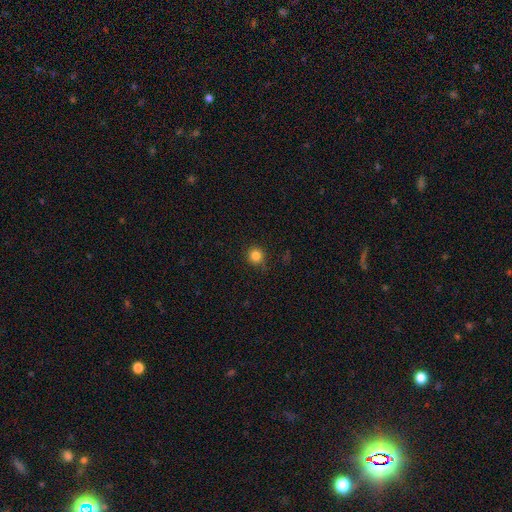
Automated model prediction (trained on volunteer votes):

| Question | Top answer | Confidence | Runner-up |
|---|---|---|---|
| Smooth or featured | smooth | 84% | star or artifact (12%) |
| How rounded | round | 93% | in between (6%) |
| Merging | none | 84% | minor disturbance (12%) |